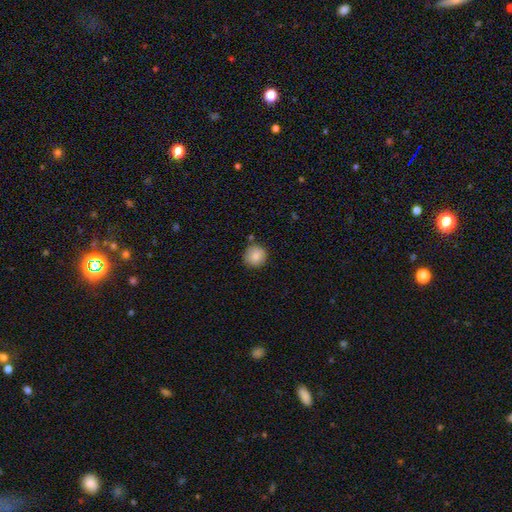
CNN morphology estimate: The model was most divided on "merging": none: 82%, minor disturbance: 12%, merger: 4%, major disturbance: 2%. More confident: how rounded — round (93%); smooth or featured — smooth (85%).